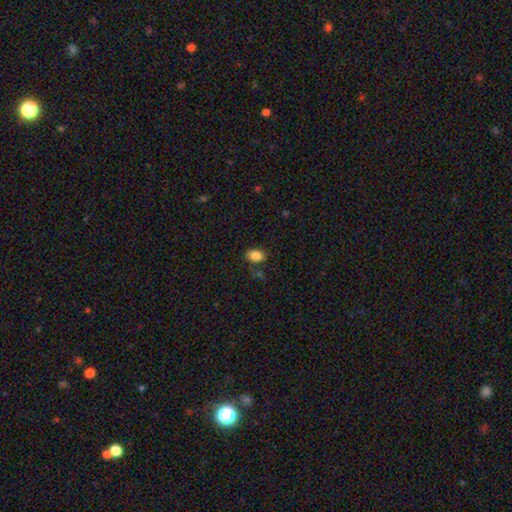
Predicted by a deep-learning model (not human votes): Q: Smooth or featured?
A: smooth (85%); runner-up: star or artifact (10%)
Q: How rounded?
A: in between (83%); runner-up: round (16%)
Q: Merging?
A: none (78%); runner-up: minor disturbance (14%)